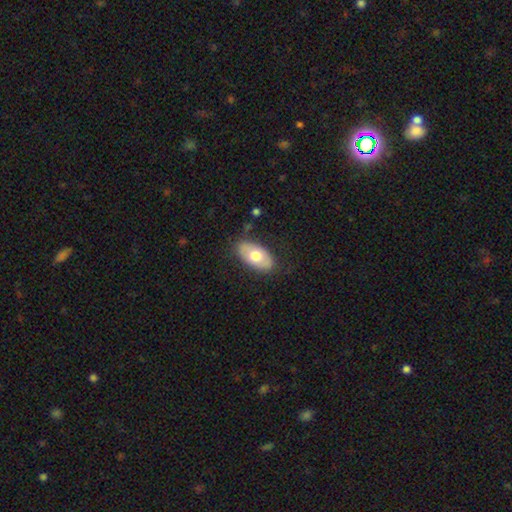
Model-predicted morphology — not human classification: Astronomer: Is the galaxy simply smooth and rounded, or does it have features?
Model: smooth — 65%.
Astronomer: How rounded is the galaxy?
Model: in between — 93%.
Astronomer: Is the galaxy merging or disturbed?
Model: none — 81%.